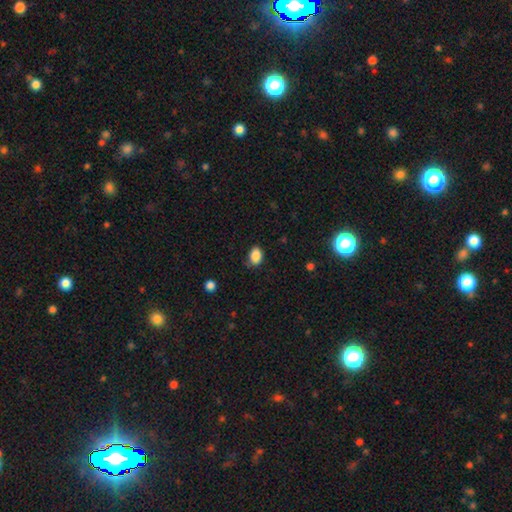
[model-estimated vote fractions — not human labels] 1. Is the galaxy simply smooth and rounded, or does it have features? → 87% smooth, 9% star or artifact, 4% featured or disk.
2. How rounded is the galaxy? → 76% in between, 23% round, 1% cigar-shaped.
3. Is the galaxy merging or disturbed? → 76% none, 20% minor disturbance, 3% major disturbance, 1% merger.